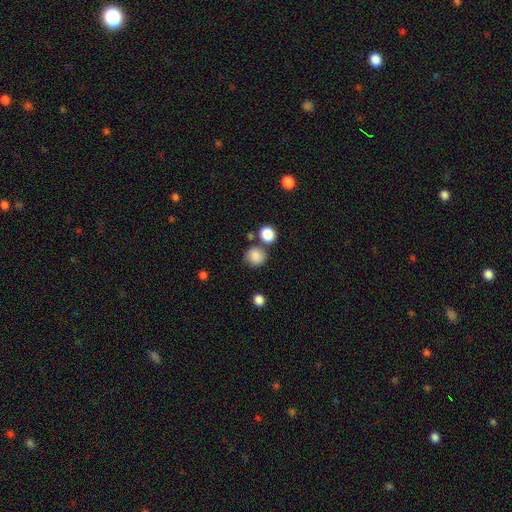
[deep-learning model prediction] Smooth or featured: smooth — 85% (star or artifact — 9%)
How rounded: round — 86% (in between — 13%)
Merging: none — 70% (minor disturbance — 13%)